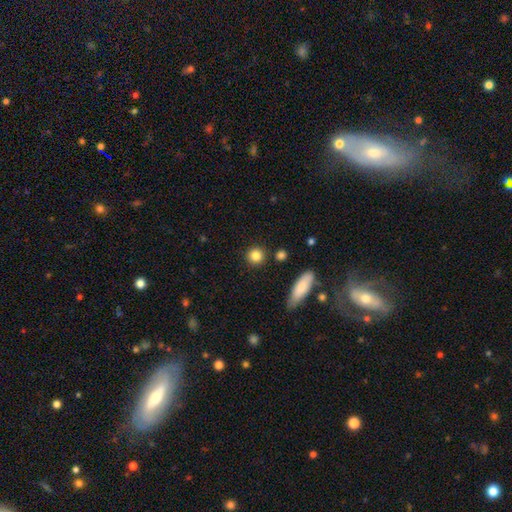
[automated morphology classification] Smooth or featured?
  - smooth: 84% *
  - star or artifact: 10%
  - featured or disk: 6%
How rounded?
  - round: 89% *
  - in between: 9%
  - cigar-shaped: 2%
Merging?
  - none: 88% *
  - minor disturbance: 7%
  - merger: 3%
  - major disturbance: 2%